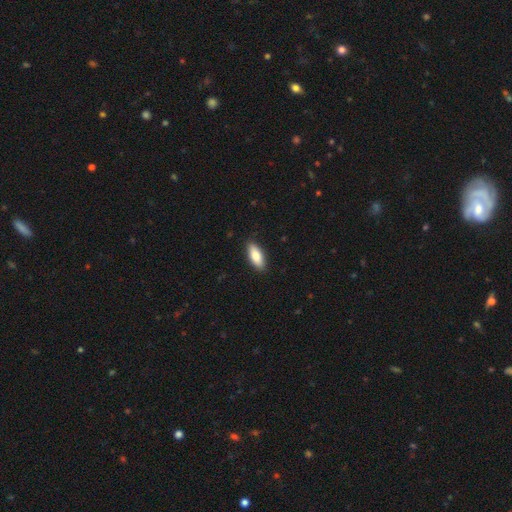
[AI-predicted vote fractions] The model was most divided on "how rounded": in between: 78%, cigar-shaped: 20%, round: 2%. More confident: merging — none (89%); smooth or featured — smooth (83%).